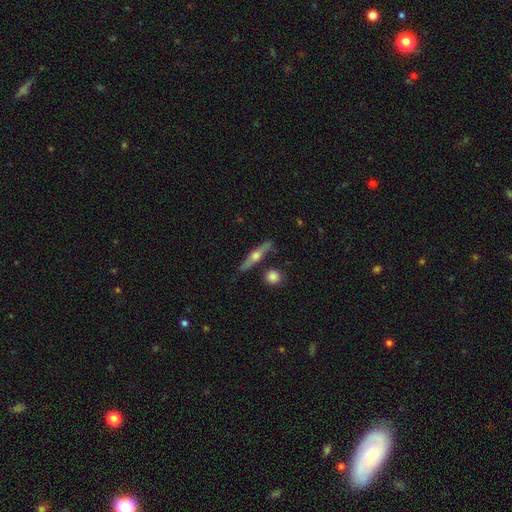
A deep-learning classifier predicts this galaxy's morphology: smooth_or_featured: featured or disk (p=0.68) [alt: smooth p=0.26]
disk_edge_on: yes (p=0.96) [alt: no p=0.04]
edge_on_bulge: rounded (p=0.93) [alt: none p=0.04]
merging: none (p=0.83) [alt: minor disturbance p=0.10]